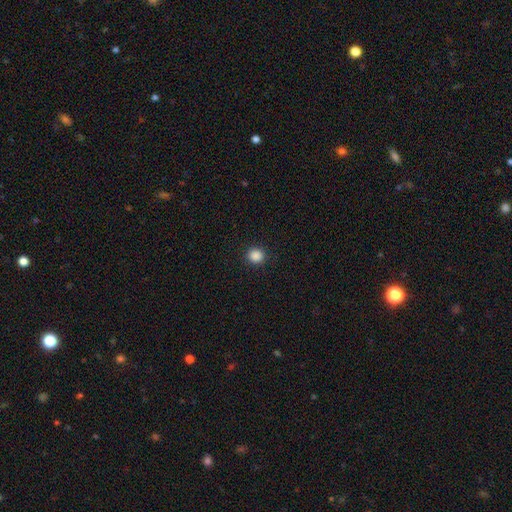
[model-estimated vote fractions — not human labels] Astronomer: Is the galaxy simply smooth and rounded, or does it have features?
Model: smooth — 87%.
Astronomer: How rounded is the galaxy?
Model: round — 89%.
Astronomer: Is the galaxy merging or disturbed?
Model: none — 92%.